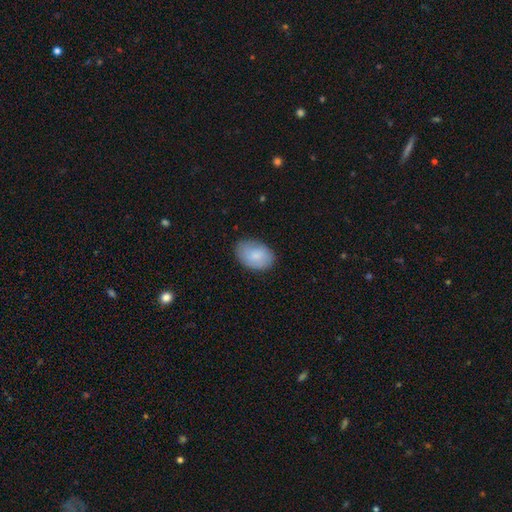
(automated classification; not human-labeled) smooth-or-featured: smooth: 83% | featured or disk: 11% | star or artifact: 6%
  how-rounded: in between: 87% | round: 12% | cigar-shaped: 1%
  merging: none: 78% | minor disturbance: 18% | major disturbance: 3% | merger: 1%